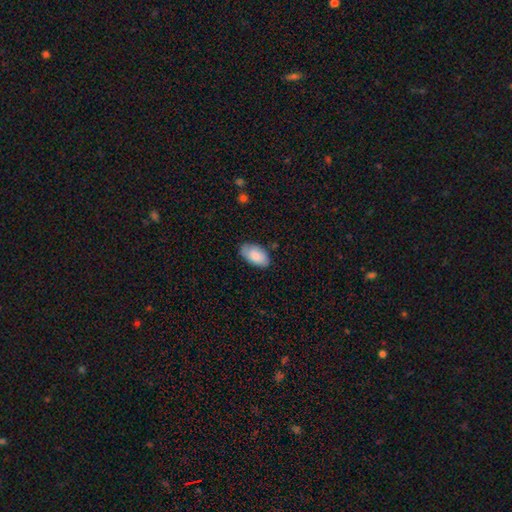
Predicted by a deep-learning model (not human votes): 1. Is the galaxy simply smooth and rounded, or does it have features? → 84% smooth, 10% featured or disk, 6% star or artifact.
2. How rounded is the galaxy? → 94% in between, 4% round, 2% cigar-shaped.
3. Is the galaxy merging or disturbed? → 74% none, 21% minor disturbance, 4% major disturbance, 1% merger.